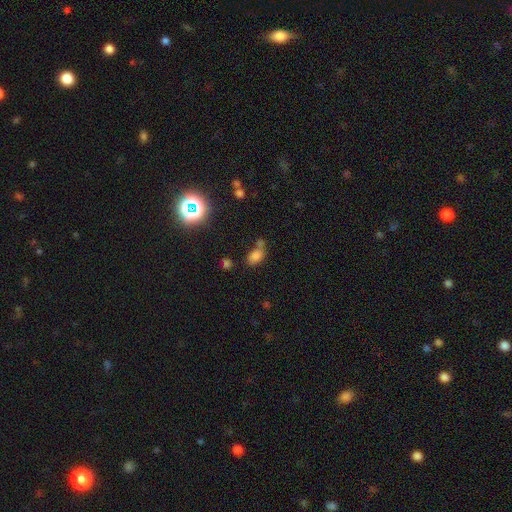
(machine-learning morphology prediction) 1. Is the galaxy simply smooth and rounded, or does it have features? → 73% smooth, 19% star or artifact, 8% featured or disk.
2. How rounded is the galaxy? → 84% in between, 14% round, 2% cigar-shaped.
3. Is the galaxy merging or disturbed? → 48% none, 29% merger, 16% minor disturbance, 7% major disturbance.